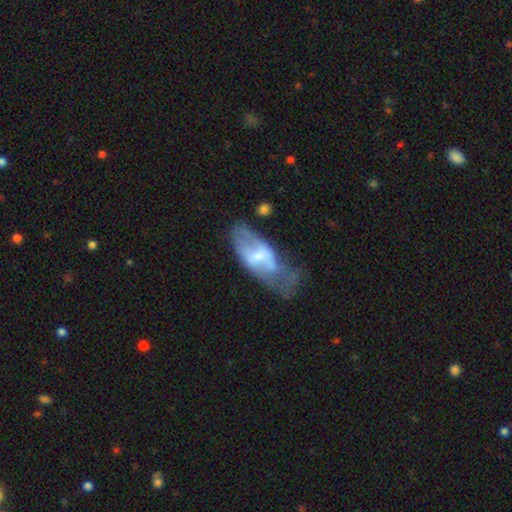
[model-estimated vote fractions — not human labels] Q: Smooth or featured?
A: featured or disk (54%); runner-up: smooth (38%)
Q: Edge-on disk?
A: no (88%); runner-up: yes (12%)
Q: Merging?
A: major disturbance (32%); runner-up: none (31%)